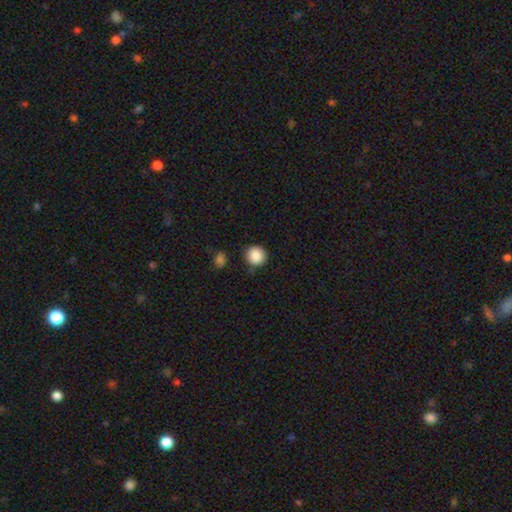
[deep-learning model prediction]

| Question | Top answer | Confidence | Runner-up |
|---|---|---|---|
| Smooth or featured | smooth | 88% | star or artifact (9%) |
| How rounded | round | 93% | in between (6%) |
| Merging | none | 86% | minor disturbance (9%) |